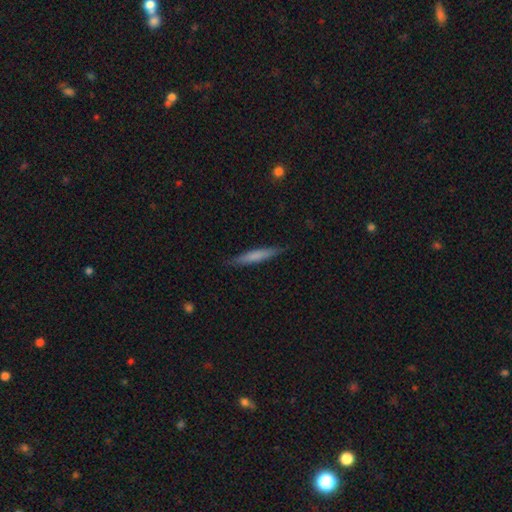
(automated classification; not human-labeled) Smooth or featured? Predicted: smooth (p=0.69). How rounded? Predicted: cigar-shaped (p=0.93). Merging? Predicted: none (p=0.87).